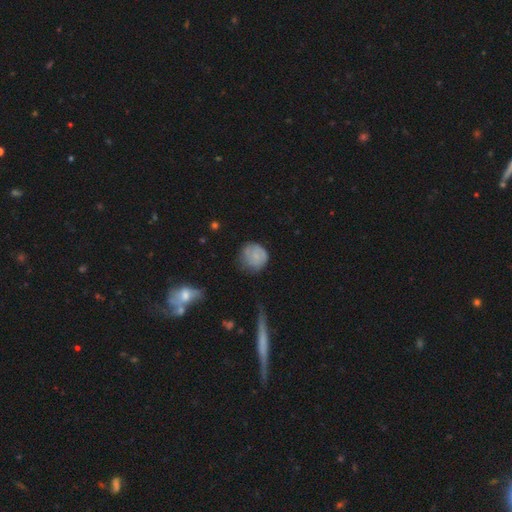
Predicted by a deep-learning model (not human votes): smooth_or_featured: smooth (p=0.67) [alt: featured or disk p=0.25]
how_rounded: round (p=0.85) [alt: in between p=0.14]
merging: none (p=0.57) [alt: minor disturbance p=0.30]